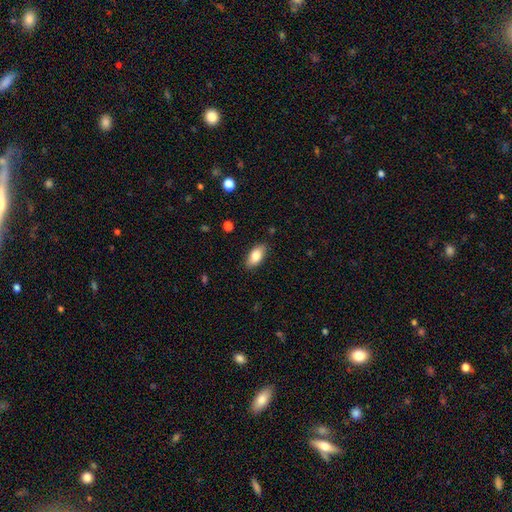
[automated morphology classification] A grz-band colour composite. It shows a smooth galaxy with no disk features (83%) that is in between round and cigar-shaped (90%). Merging: none (86%).